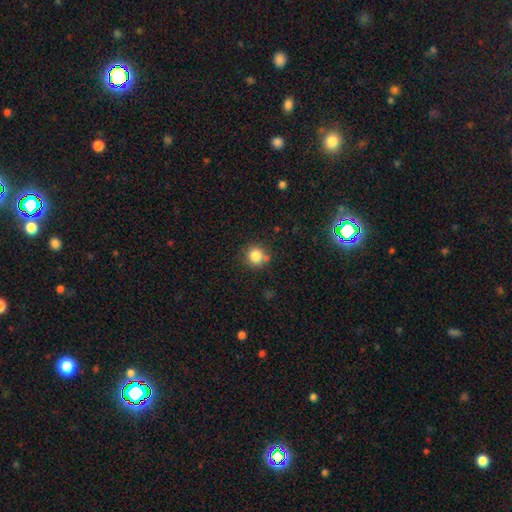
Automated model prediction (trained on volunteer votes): A smooth galaxy with no disk features (83%) that is round (90%). Merging: none (75%).